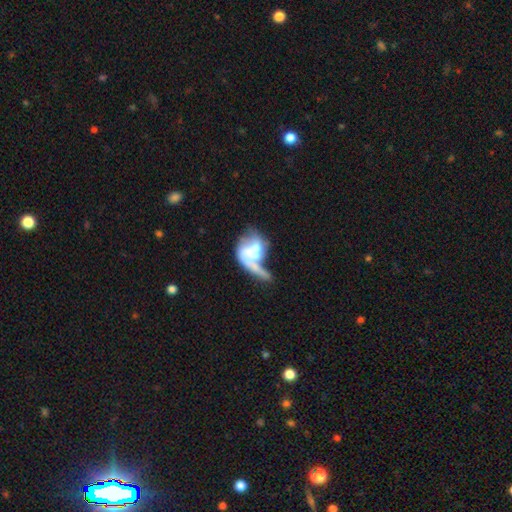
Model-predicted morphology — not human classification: Smooth or featured? featured or disk (56%)
Edge-on disk? no (96%)
Bar? no (72%)
Spiral arms? yes (51%)
Bulge size? none (36%)
Merging? major disturbance (37%)